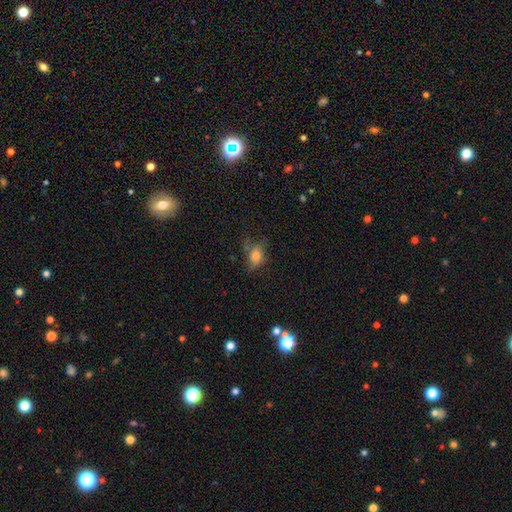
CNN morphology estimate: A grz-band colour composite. It shows a smooth galaxy with no disk features (75%) that is in between round and cigar-shaped (72%). Merging: none (51%).